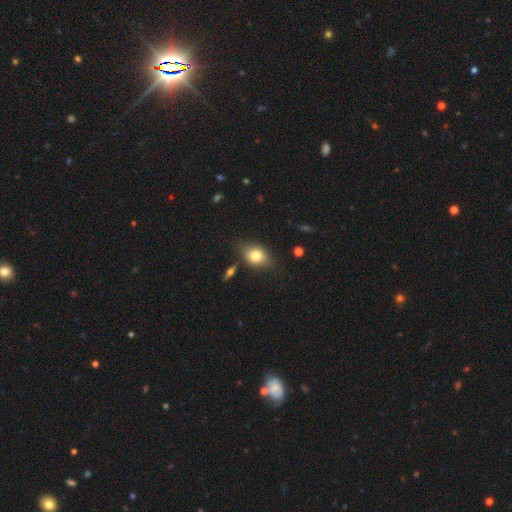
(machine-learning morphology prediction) A smooth galaxy with no disk features (76%) that is in between round and cigar-shaped (62%).

Vote fractions:
- Smooth or featured? smooth: 76% / featured or disk: 15% / star or artifact: 9%
- How rounded? in between: 62% / round: 36% / cigar-shaped: 2%
- Merging? none: 70% / minor disturbance: 20% / major disturbance: 5% / merger: 5%